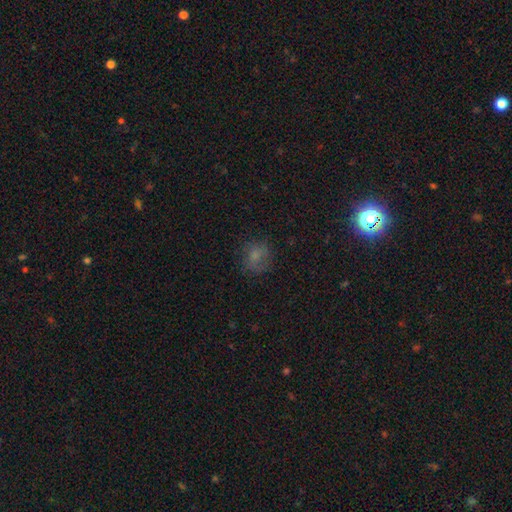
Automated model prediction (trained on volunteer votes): Smooth or featured? smooth (66%)
How rounded? round (71%)
Merging? none (66%)